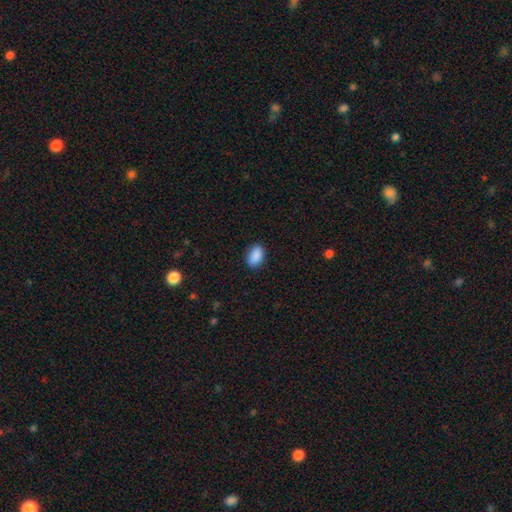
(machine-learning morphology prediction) This appears to be a smooth galaxy with no disk features (90%) that is in between round and cigar-shaped (88%). Merging: none (87%).